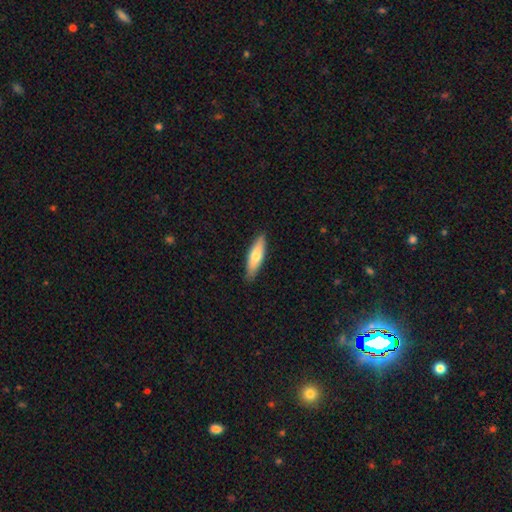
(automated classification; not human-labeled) Smooth or featured: smooth — 69% (featured or disk — 25%)
How rounded: cigar-shaped — 62% (in between — 36%)
Merging: none — 88% (minor disturbance — 10%)